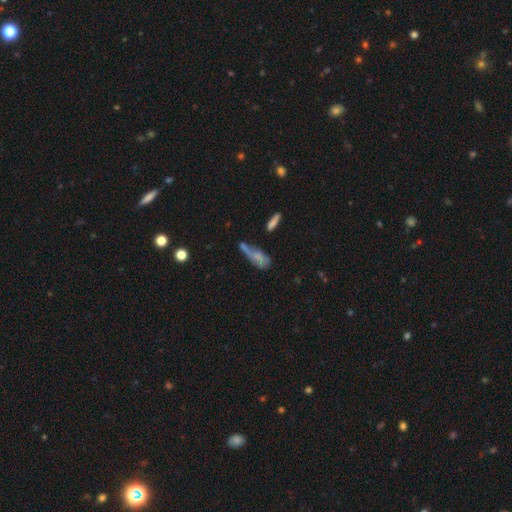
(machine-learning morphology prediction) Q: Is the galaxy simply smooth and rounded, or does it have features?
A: smooth — 52%.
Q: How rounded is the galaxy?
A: in between — 60%.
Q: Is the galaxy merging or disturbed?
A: none — 30%.